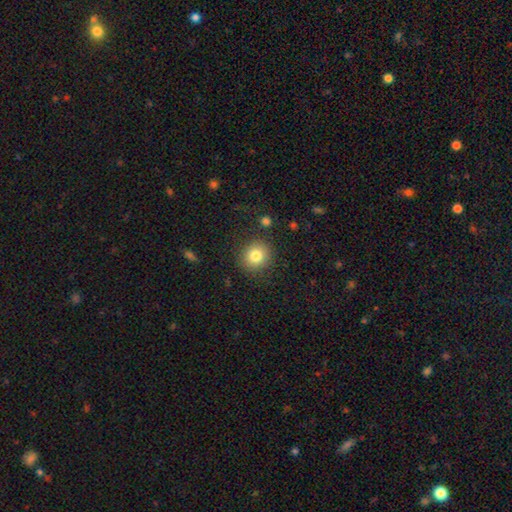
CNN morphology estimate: Smooth or featured? smooth (82%)
How rounded? round (86%)
Merging? none (87%)